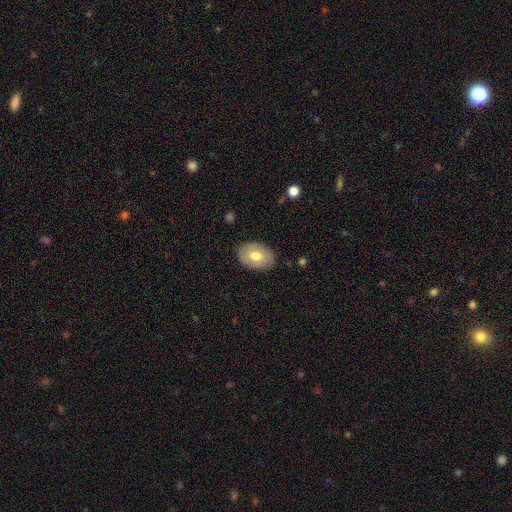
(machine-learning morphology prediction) Smooth or featured: smooth — 69% (featured or disk — 25%)
How rounded: in between — 81% (round — 18%)
Merging: none — 84% (minor disturbance — 12%)